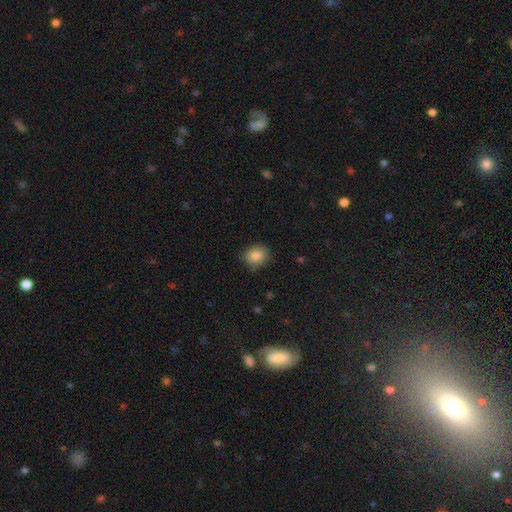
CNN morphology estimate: Smooth or featured? smooth (86%)
How rounded? round (64%)
Merging? none (83%)